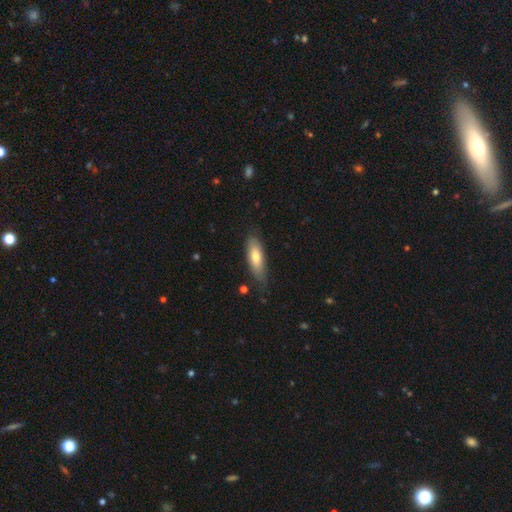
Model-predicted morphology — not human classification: Smooth or featured? Predicted: smooth (p=0.70). How rounded? Predicted: in between (p=0.59). Merging? Predicted: none (p=0.71).